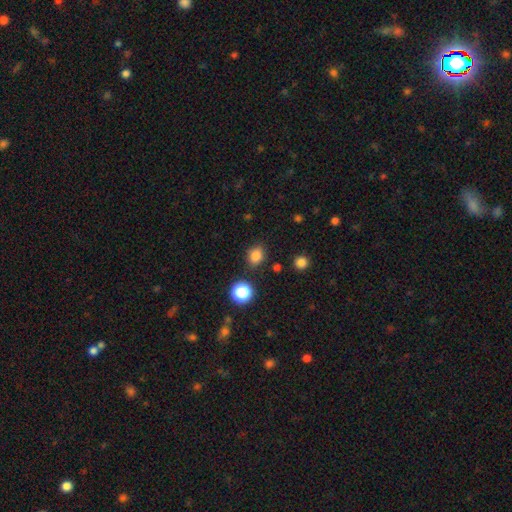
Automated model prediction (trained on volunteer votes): Q: Smooth or featured?
A: smooth (81%); runner-up: star or artifact (14%)
Q: How rounded?
A: round (62%); runner-up: in between (37%)
Q: Merging?
A: none (83%); runner-up: minor disturbance (11%)